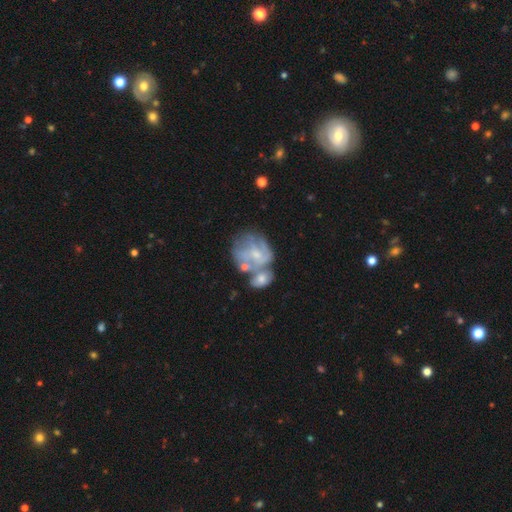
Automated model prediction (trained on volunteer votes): smooth-or-featured: featured or disk: 67% | smooth: 24% | star or artifact: 9%
  disk-edge-on: no: 98% | yes: 2%
    bar: no: 65% | weak: 29% | strong: 6%
    has-spiral-arms: yes: 62% | no: 38%
    bulge-size: small: 58% | moderate: 25% | none: 14% | large: 2% | dominant: 1%
  merging: merger: 40% | none: 31% | minor disturbance: 15% | major disturbance: 14%